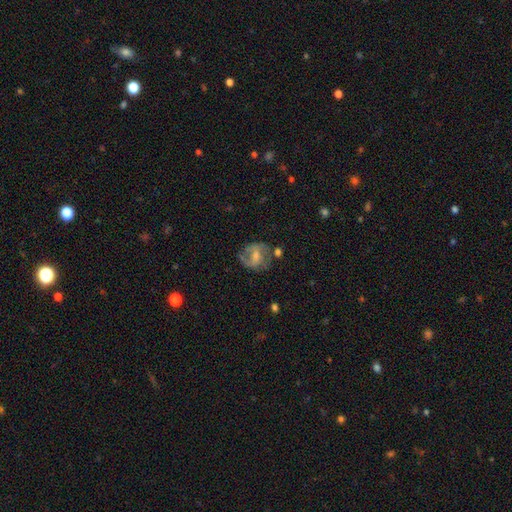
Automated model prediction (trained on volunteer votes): The model was most divided on "bulge size": moderate: 47%, small: 42%, none: 6%, large: 4%, dominant: 1%. Remaining: edge-on disk — no (97%); spiral arms — yes (82%); spiral arm count — 2 (72%); smooth or featured — featured or disk (68%); merging — none (65%); bar — weak (48%); spiral winding — medium (48%).